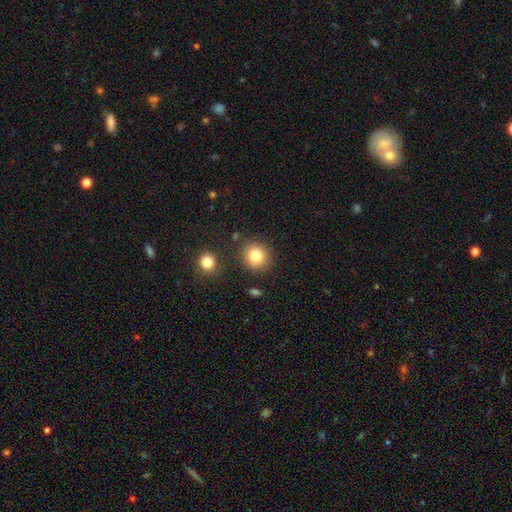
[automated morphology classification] Smooth or featured? smooth (82%)
How rounded? round (86%)
Merging? none (82%)